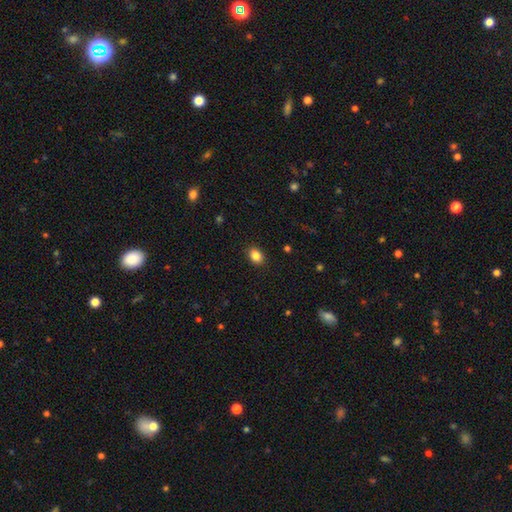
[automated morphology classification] Smooth or featured?
  - smooth: 86% *
  - star or artifact: 9%
  - featured or disk: 5%
How rounded?
  - in between: 65% *
  - round: 34%
  - cigar-shaped: 1%
Merging?
  - none: 90% *
  - minor disturbance: 7%
  - major disturbance: 2%
  - merger: 1%